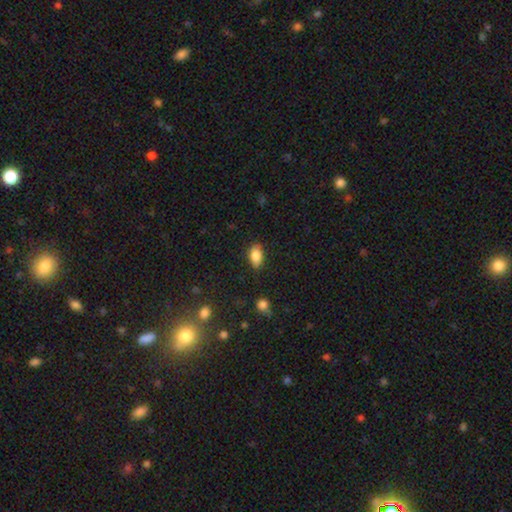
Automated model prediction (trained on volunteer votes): Smooth or featured: smooth — 84% (star or artifact — 8%)
How rounded: in between — 89% (round — 7%)
Merging: none — 82% (minor disturbance — 14%)